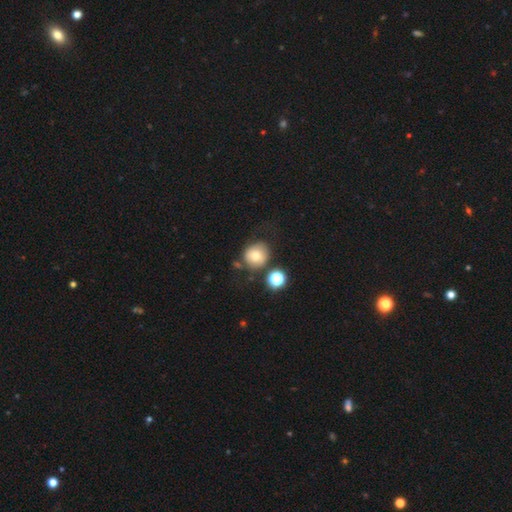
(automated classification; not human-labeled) Q: Smooth or featured?
A: smooth (69%); runner-up: featured or disk (18%)
Q: How rounded?
A: round (85%); runner-up: in between (14%)
Q: Merging?
A: none (64%); runner-up: minor disturbance (17%)